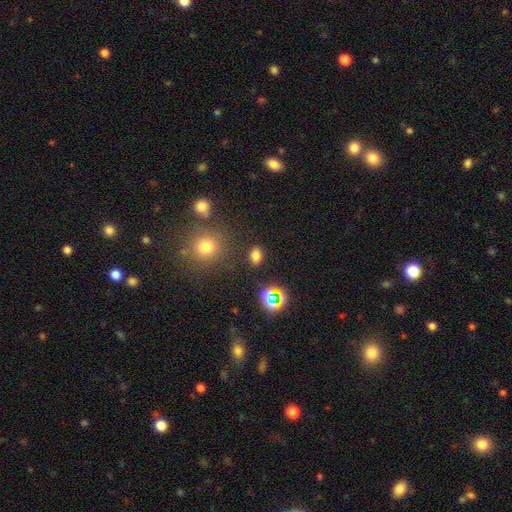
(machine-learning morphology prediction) This is likely a smooth galaxy (72%). How rounded: likely in between (68%). Merging: clearly none (85%).